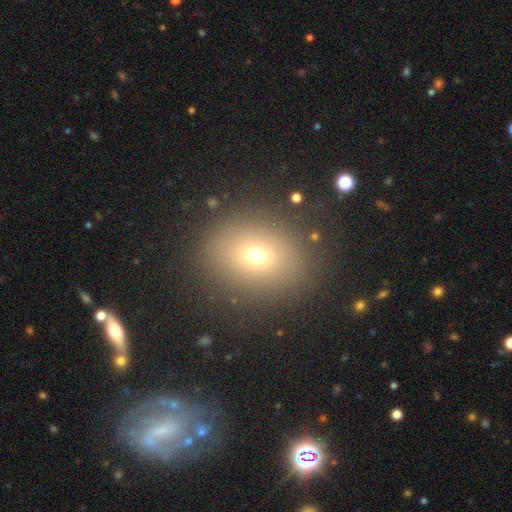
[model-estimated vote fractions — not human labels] Q: Smooth or featured?
A: smooth (67%); runner-up: star or artifact (19%)
Q: How rounded?
A: round (59%); runner-up: in between (40%)
Q: Merging?
A: none (86%); runner-up: minor disturbance (8%)